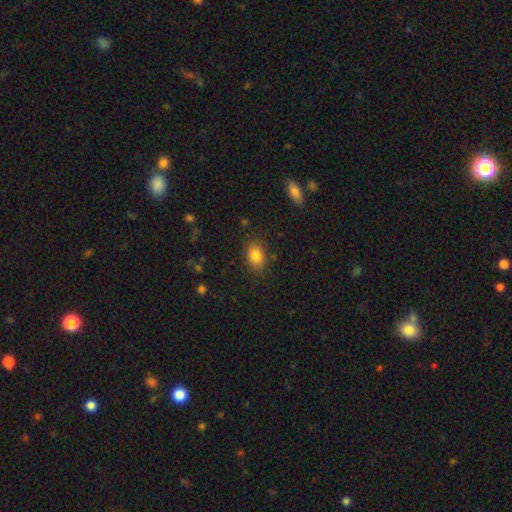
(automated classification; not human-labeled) This is clearly a smooth galaxy (83%). How rounded: likely in between (74%). Merging: clearly none (84%).